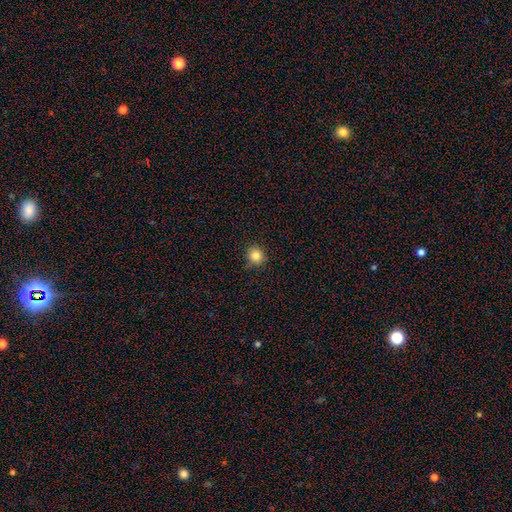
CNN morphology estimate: smooth 84%, star or artifact 12%, featured or disk 5%. Down the decision tree: how rounded — round (91%); merging — none (86%).